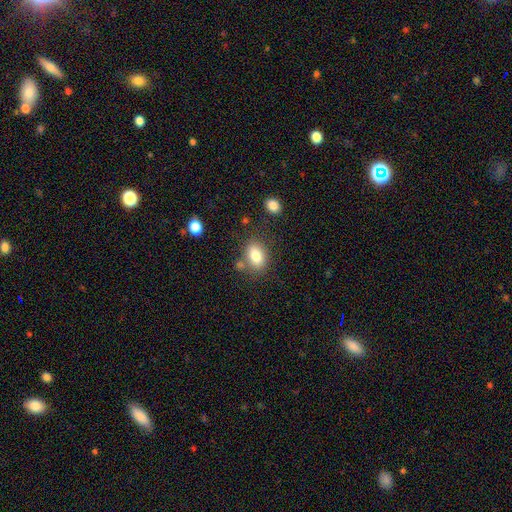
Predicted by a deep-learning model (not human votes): The model was most divided on "merging": none: 71%, minor disturbance: 14%, merger: 10%, major disturbance: 5%. More confident: smooth or featured — smooth (82%); how rounded — in between (80%).